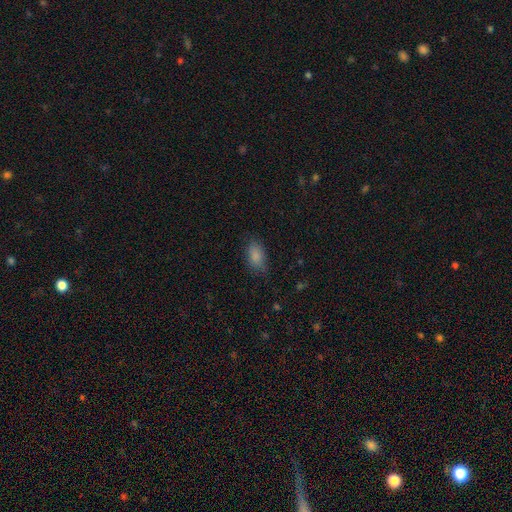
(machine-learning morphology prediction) Smooth or featured?
  - smooth: 86% *
  - star or artifact: 9%
  - featured or disk: 5%
How rounded?
  - in between: 90% *
  - round: 7%
  - cigar-shaped: 3%
Merging?
  - none: 78% *
  - minor disturbance: 16%
  - major disturbance: 5%
  - merger: 1%